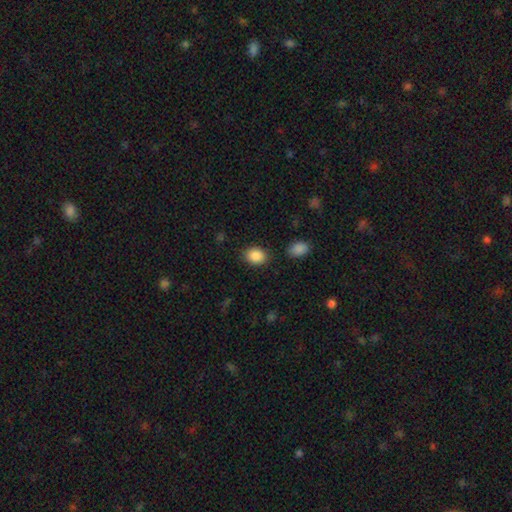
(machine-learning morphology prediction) Smooth or featured: smooth — 88% (star or artifact — 8%)
How rounded: in between — 58% (round — 41%)
Merging: none — 82% (minor disturbance — 11%)